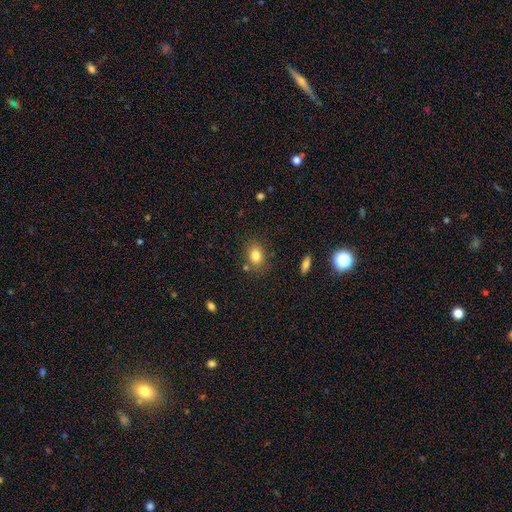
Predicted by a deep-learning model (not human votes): The model was most divided on "how rounded": in between: 63%, round: 36%, cigar-shaped: 1%. More confident: smooth or featured — smooth (81%); merging — none (77%).